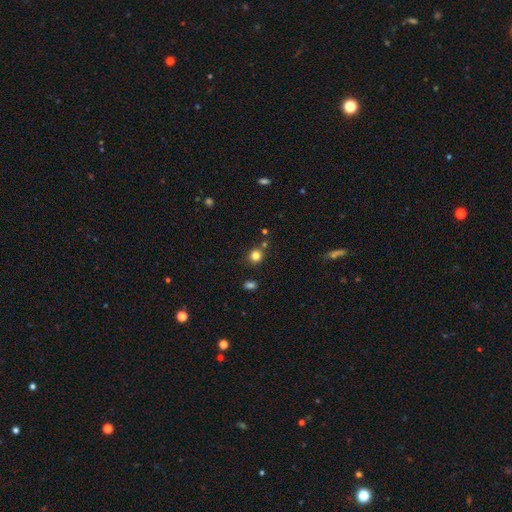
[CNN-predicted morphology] Smooth or featured? smooth (81%)
How rounded? round (87%)
Merging? none (81%)